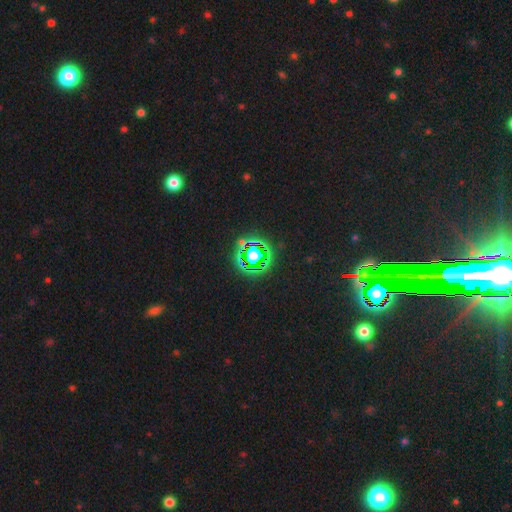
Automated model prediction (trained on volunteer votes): This appears to be a star or artifact, not a galaxy (83%).